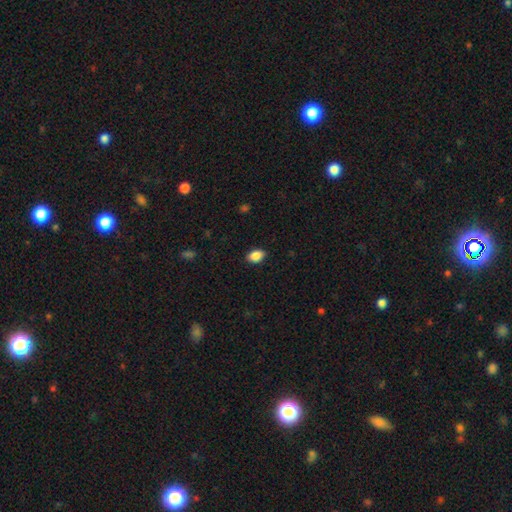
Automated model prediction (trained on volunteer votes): smooth-or-featured: smooth: 88% | star or artifact: 8% | featured or disk: 4%
  how-rounded: in between: 85% | round: 14% | cigar-shaped: 1%
  merging: none: 87% | minor disturbance: 10% | major disturbance: 2% | merger: 1%